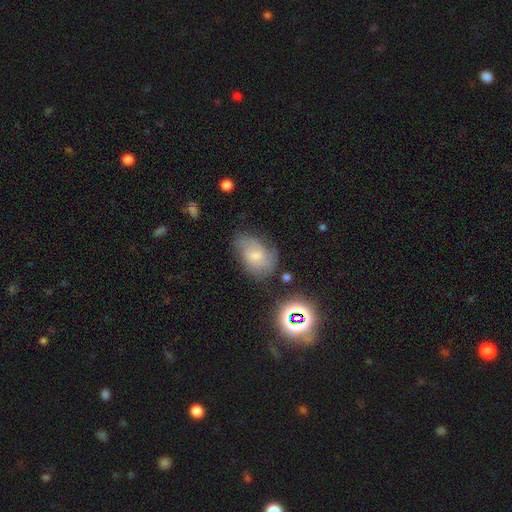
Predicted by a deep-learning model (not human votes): Smooth or featured? Predicted: featured or disk (p=0.43, tied with smooth). Merging? Predicted: none (p=0.54).